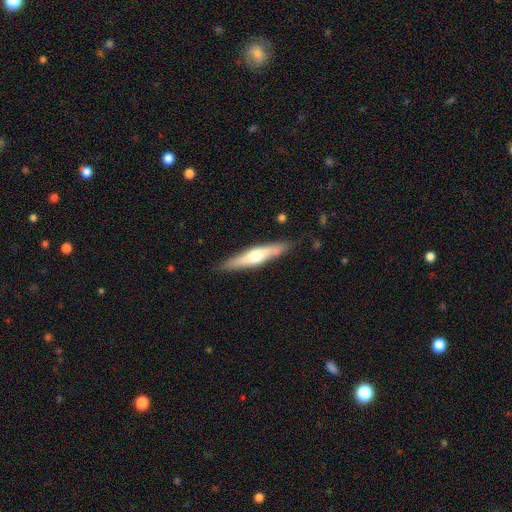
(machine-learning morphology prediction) type=featured or disk (51%); edge-on=yes (90%); merging=none (84%).